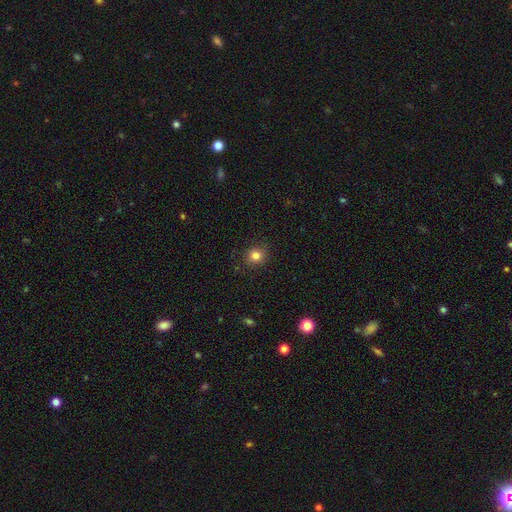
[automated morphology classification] smooth_or_featured: smooth (p=0.82) [alt: star or artifact p=0.12]
how_rounded: round (p=0.85) [alt: in between p=0.14]
merging: none (p=0.90) [alt: minor disturbance p=0.07]